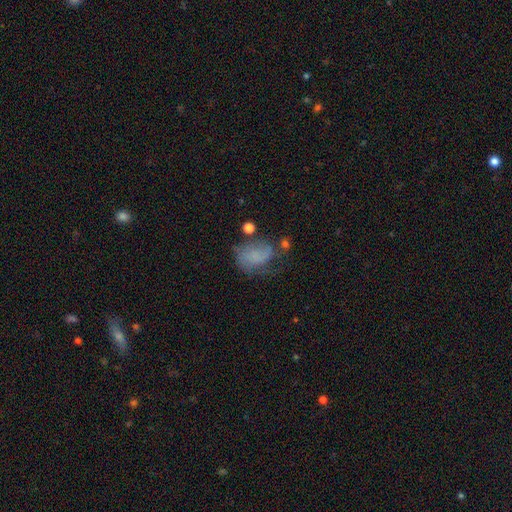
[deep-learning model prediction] The model was most divided on "merging": none: 36%, major disturbance: 29%, minor disturbance: 28%, merger: 7%. More confident: how rounded — in between (68%); smooth or featured — smooth (51%).